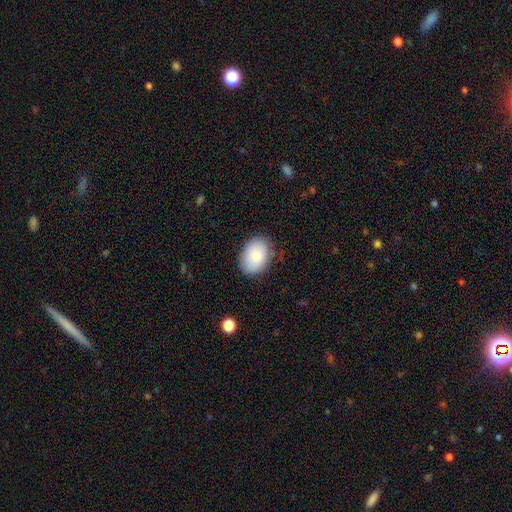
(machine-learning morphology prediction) type=smooth (80%); roundness=in between (77%); merging=none (80%).